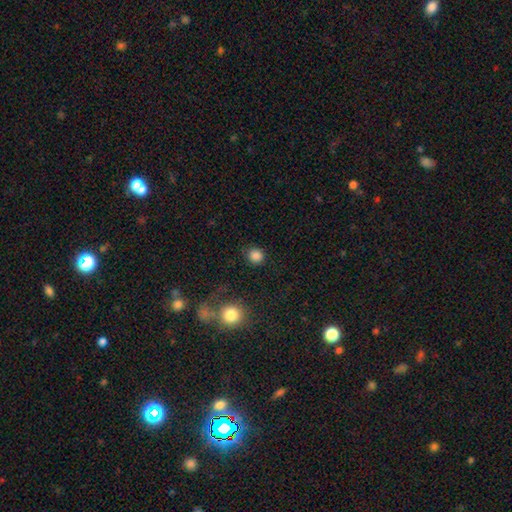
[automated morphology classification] Smooth or featured: smooth — 85% (star or artifact — 11%)
How rounded: round — 90% (in between — 9%)
Merging: none — 86% (minor disturbance — 8%)